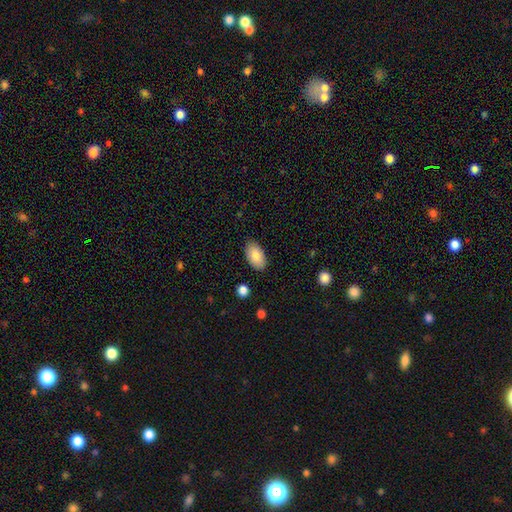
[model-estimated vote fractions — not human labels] Smooth or featured: smooth — 86% (featured or disk — 8%)
How rounded: in between — 95% (round — 3%)
Merging: none — 86% (minor disturbance — 11%)